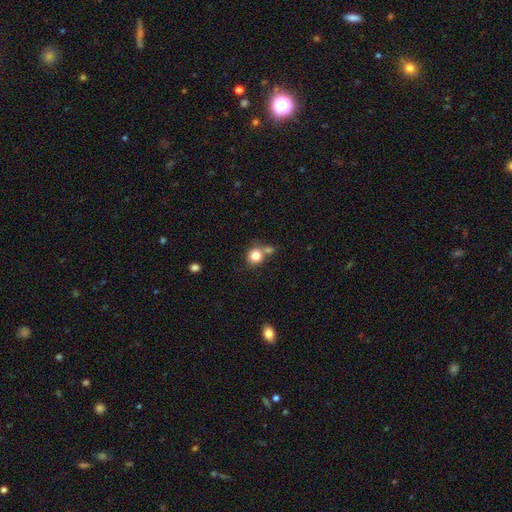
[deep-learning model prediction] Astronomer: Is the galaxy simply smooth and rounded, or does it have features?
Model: smooth — 82%.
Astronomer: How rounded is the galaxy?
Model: round — 83%.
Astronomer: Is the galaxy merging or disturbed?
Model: none — 55%.